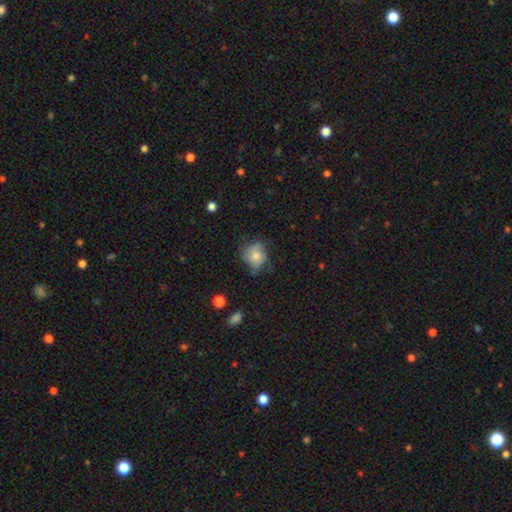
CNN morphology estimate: This appears to be a smooth galaxy with no disk features (71%) that is round (66%). Merging: none (52%).